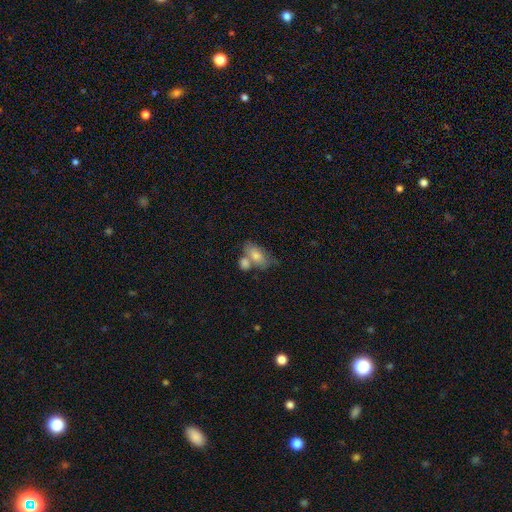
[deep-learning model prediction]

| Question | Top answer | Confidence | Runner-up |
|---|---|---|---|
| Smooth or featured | smooth | 72% | featured or disk (20%) |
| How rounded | in between | 85% | round (10%) |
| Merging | merger | 45% | none (32%) |